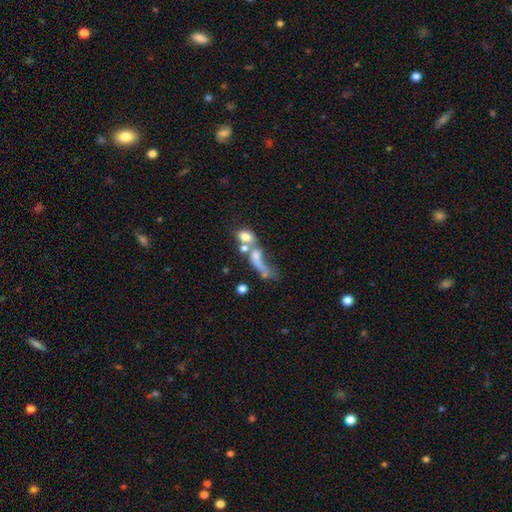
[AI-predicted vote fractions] Smooth or featured? smooth (53%)
How rounded? in between (53%)
Merging? merger (52%)